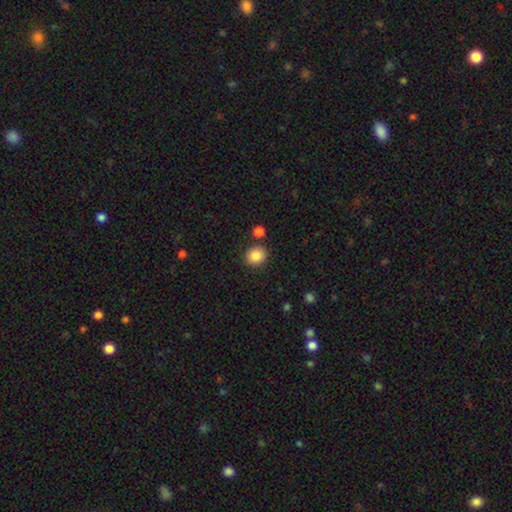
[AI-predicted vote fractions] Q: Smooth or featured?
A: smooth (87%); runner-up: star or artifact (9%)
Q: How rounded?
A: round (73%); runner-up: in between (26%)
Q: Merging?
A: none (84%); runner-up: minor disturbance (8%)